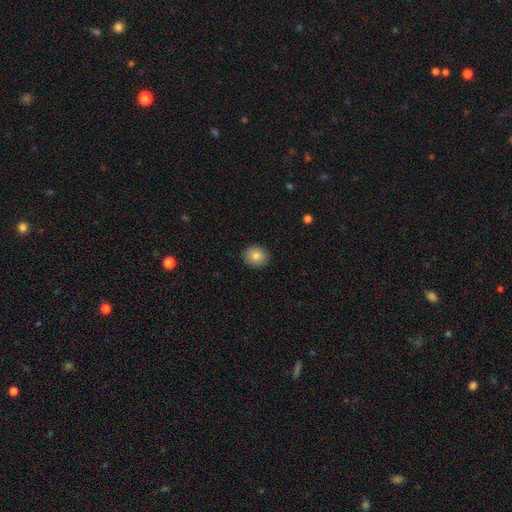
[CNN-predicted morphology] A smooth galaxy with no disk features (85%) that is round (65%).

Vote fractions:
- Smooth or featured? smooth: 85% / star or artifact: 8% / featured or disk: 7%
- How rounded? round: 65% / in between: 34% / cigar-shaped: 1%
- Merging? none: 90% / minor disturbance: 8% / major disturbance: 2% / merger: 1%